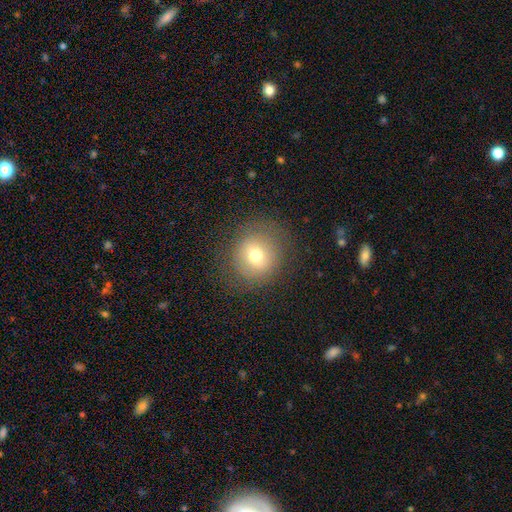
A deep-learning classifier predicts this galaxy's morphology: smooth-or-featured: smooth: 71% | featured or disk: 16% | star or artifact: 13%
  how-rounded: round: 86% | in between: 13% | cigar-shaped: 1%
  merging: none: 82% | minor disturbance: 11% | major disturbance: 6% | merger: 1%